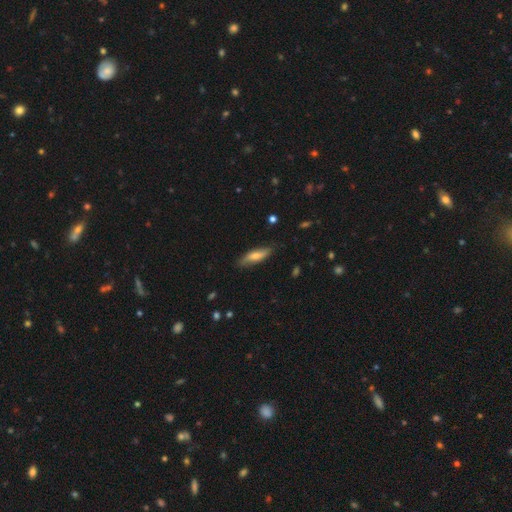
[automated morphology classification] smooth_or_featured: smooth (p=0.64) [alt: featured or disk p=0.30]
how_rounded: cigar-shaped (p=0.54) [alt: in between p=0.44]
merging: none (p=0.80) [alt: minor disturbance p=0.16]